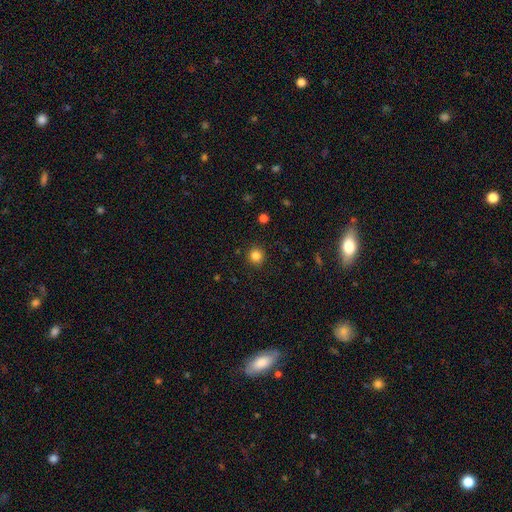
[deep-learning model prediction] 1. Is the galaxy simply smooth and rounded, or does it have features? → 84% smooth, 12% star or artifact, 4% featured or disk.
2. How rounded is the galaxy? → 93% round, 6% in between, 1% cigar-shaped.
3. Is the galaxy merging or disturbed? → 91% none, 6% minor disturbance, 2% major disturbance, 1% merger.